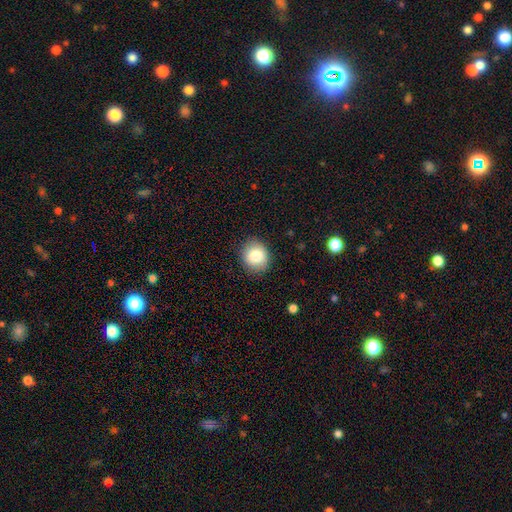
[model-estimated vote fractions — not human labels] smooth_or_featured: smooth (p=0.83) [alt: star or artifact p=0.09]
how_rounded: round (p=0.72) [alt: in between p=0.27]
merging: none (p=0.86) [alt: minor disturbance p=0.10]